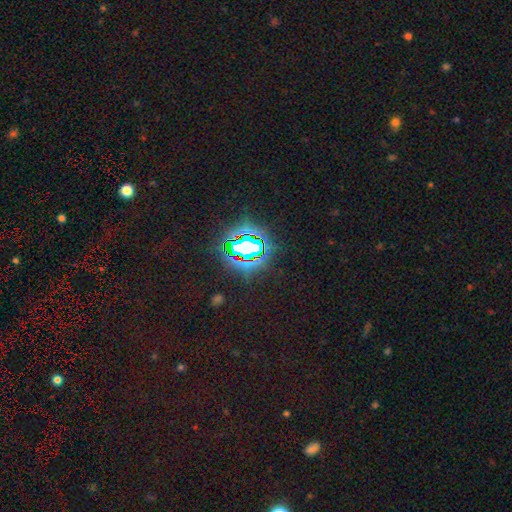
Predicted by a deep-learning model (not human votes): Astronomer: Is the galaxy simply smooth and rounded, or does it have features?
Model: star or artifact — 76%.